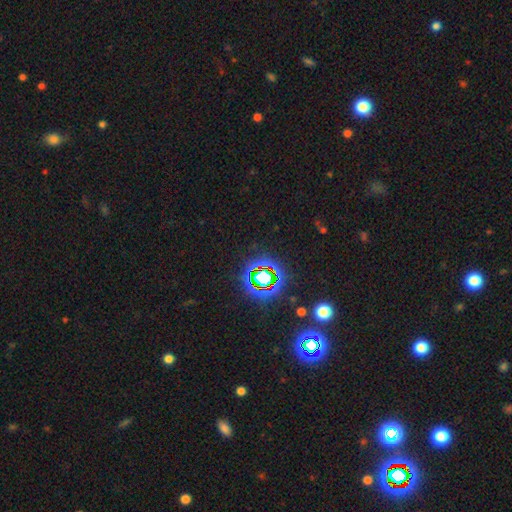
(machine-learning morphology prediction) smooth-or-featured: star or artifact: 76% | smooth: 16% | featured or disk: 8%